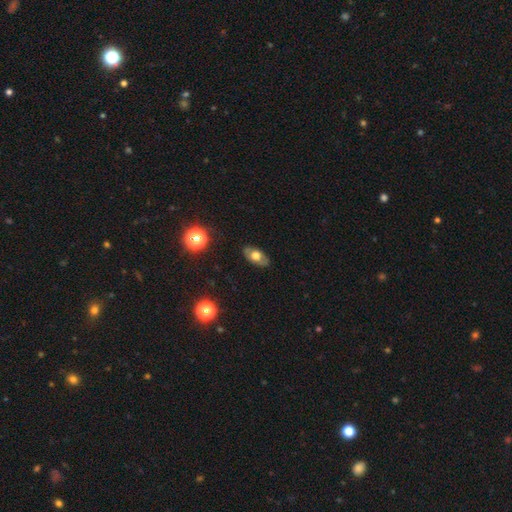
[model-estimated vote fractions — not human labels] This is possibly a smooth galaxy (57%). How rounded: clearly in between (87%). Merging: clearly none (83%).